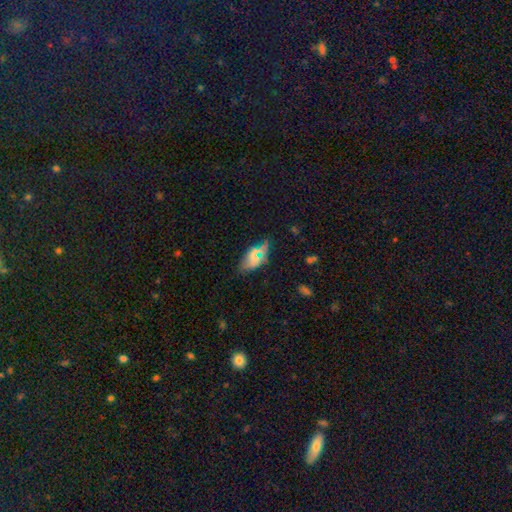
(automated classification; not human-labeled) Overall: smooth (64%). How rounded: in between (90%). Merging: none (73%).